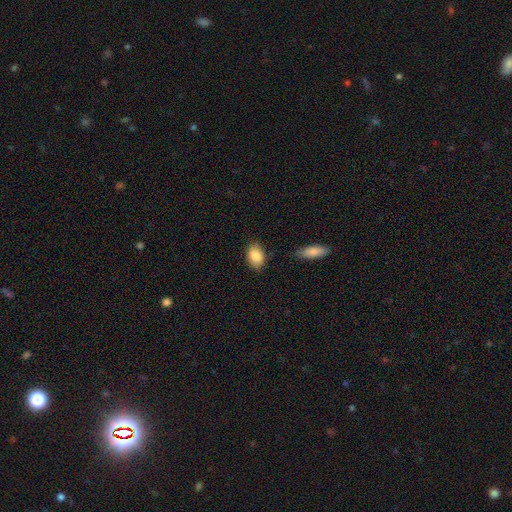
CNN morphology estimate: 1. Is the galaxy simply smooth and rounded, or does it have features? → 87% smooth, 7% star or artifact, 7% featured or disk.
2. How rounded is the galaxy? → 86% in between, 13% round, 2% cigar-shaped.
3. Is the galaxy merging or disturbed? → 78% none, 16% minor disturbance, 3% major disturbance, 3% merger.